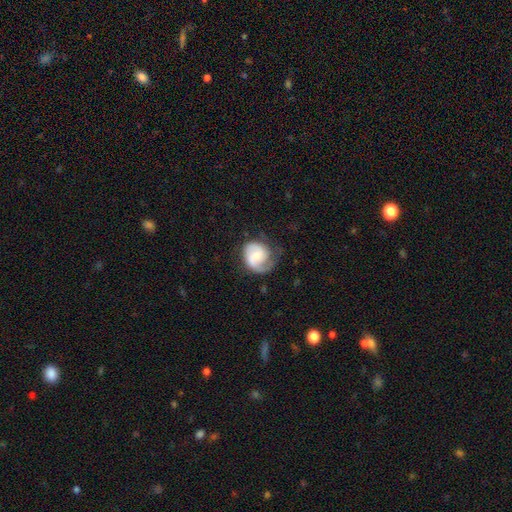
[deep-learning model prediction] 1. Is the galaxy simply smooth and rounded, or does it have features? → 65% featured or disk, 29% smooth, 6% star or artifact.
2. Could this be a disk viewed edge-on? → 98% no, 2% yes.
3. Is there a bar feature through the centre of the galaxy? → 56% no, 37% weak, 7% strong.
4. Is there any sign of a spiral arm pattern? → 92% yes, 8% no.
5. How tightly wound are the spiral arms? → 41% medium, 37% tight, 21% loose.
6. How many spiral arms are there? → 53% 2, 34% 1, 9% can't tell, 2% 3, 1% 4, 1% more than 4.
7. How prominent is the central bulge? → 39% small, 34% moderate, 15% none, 10% large, 2% dominant.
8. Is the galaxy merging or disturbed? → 55% none, 26% minor disturbance, 18% major disturbance, 2% merger.